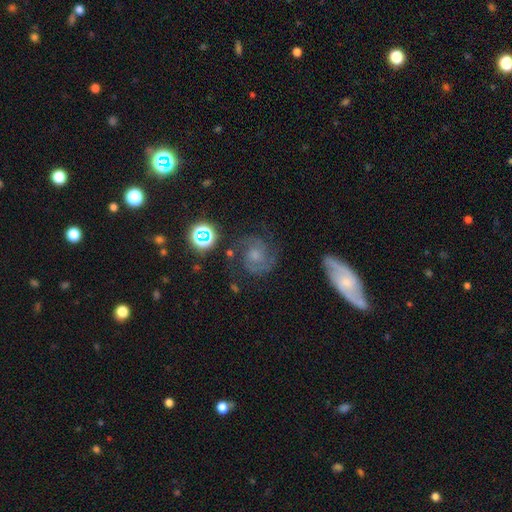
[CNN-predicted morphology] This is likely a featured or disk galaxy (75%). It is clearly not viewed edge-on (97%). Bar: likely no (66%). Spiral arm pattern: clearly yes (96%). Spiral arm count: likely 2 (77%). Spiral winding: possibly medium (46%). Central bulge: marginally small (43%). Merging: likely none (72%).